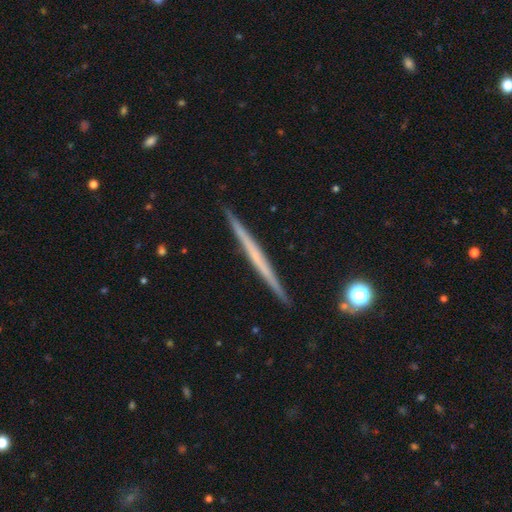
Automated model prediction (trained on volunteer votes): smooth-or-featured: featured or disk: 61% | smooth: 33% | star or artifact: 6%
  disk-edge-on: yes: 98% | no: 2%
    edge-on-bulge: none: 88% | rounded: 8% | boxy: 3%
  merging: none: 92% | minor disturbance: 6% | major disturbance: 1% | merger: 1%